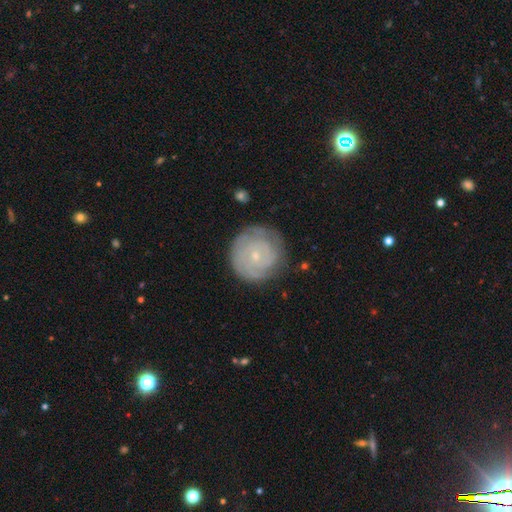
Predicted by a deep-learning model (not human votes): A featured or disk galaxy (66%) with no bar (79%), tight (78%) spiral arms (83%) and a small central bulge (81%).

Vote fractions:
- Smooth or featured? featured or disk: 66% / smooth: 28% / star or artifact: 6%
- Edge-on disk? no: 98% / yes: 2%
- Bar? no: 79% / weak: 18% / strong: 3%
- Spiral arms? yes: 83% / no: 17%
- Spiral winding? tight: 78% / medium: 16% / loose: 5%
- Spiral arm count? can't tell: 49% / 2: 23% / 3: 11% / 1: 6% / 4: 6% / more than 4: 4%
- Bulge size? small: 81% / moderate: 15% / none: 2% / large: 1% / dominant: 1%
- Merging? none: 76% / minor disturbance: 17% / major disturbance: 6% / merger: 1%